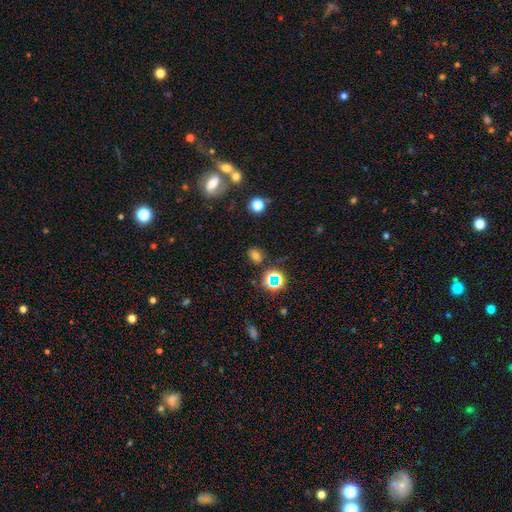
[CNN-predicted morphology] Q: Smooth or featured?
A: smooth (64%); runner-up: star or artifact (27%)
Q: How rounded?
A: in between (60%); runner-up: round (39%)
Q: Merging?
A: none (80%); runner-up: minor disturbance (12%)